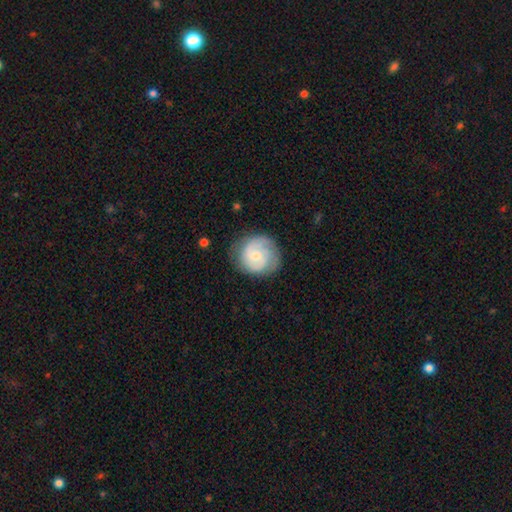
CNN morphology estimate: The model was most divided on "spiral winding": tight: 50%, medium: 38%, loose: 12%. More confident: edge-on disk — no (98%); spiral arms — yes (92%); merging — none (76%); smooth or featured — featured or disk (67%); bar — no (62%); bulge size — small (57%); spiral arm count — 2 (51%).